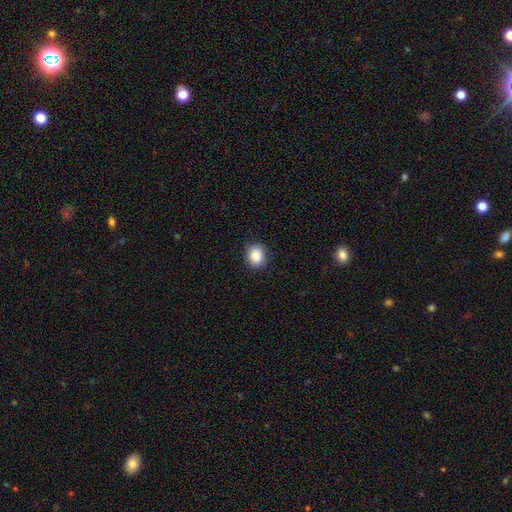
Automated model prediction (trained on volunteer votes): smooth_or_featured: smooth (p=0.86) [alt: star or artifact p=0.09]
how_rounded: round (p=0.61) [alt: in between p=0.38]
merging: none (p=0.89) [alt: minor disturbance p=0.08]